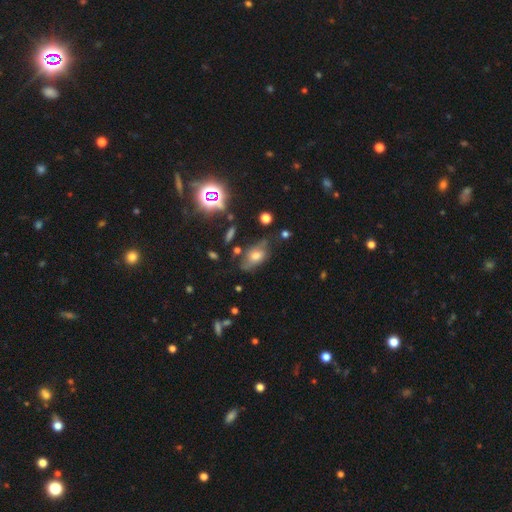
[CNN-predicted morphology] Smooth or featured? smooth (53%)
How rounded? in between (86%)
Merging? none (53%)